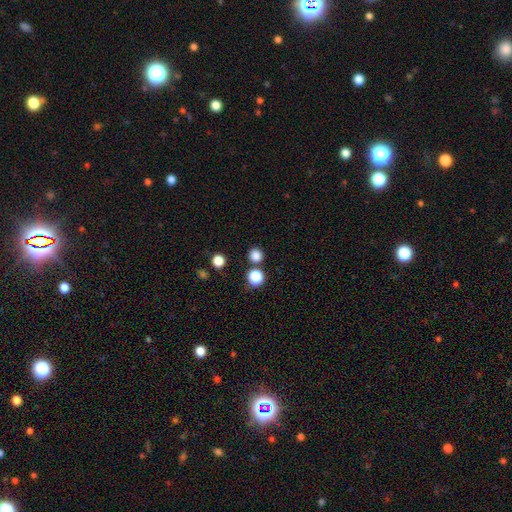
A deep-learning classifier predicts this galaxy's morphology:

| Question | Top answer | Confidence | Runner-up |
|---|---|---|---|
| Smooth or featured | smooth | 81% | star or artifact (15%) |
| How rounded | round | 92% | in between (7%) |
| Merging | none | 83% | merger (8%) |